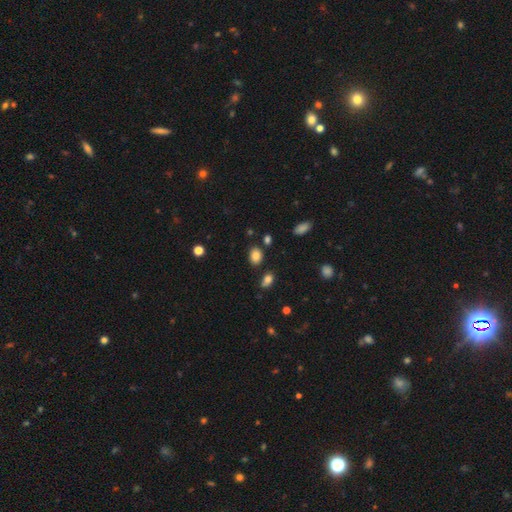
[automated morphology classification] Q: Smooth or featured?
A: smooth (83%); runner-up: star or artifact (11%)
Q: How rounded?
A: in between (66%); runner-up: round (33%)
Q: Merging?
A: none (81%); runner-up: minor disturbance (11%)